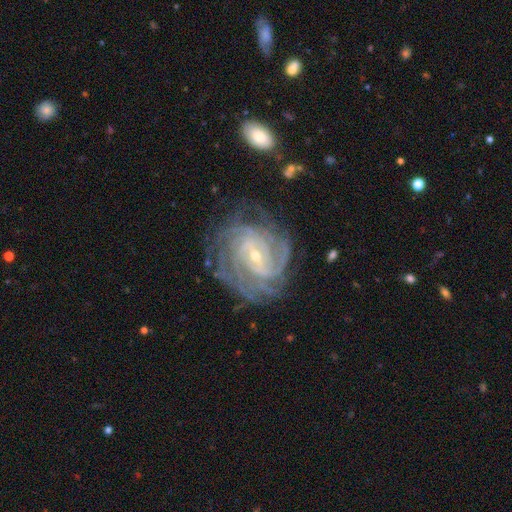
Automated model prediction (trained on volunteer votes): Smooth or featured? featured or disk (91%)
Edge-on disk? no (97%)
Bar? weak (47%)
Spiral arms? yes (98%)
Spiral winding? tight (74%)
Spiral arm count? 4 (30%)
Bulge size? small (72%)
Merging? none (74%)